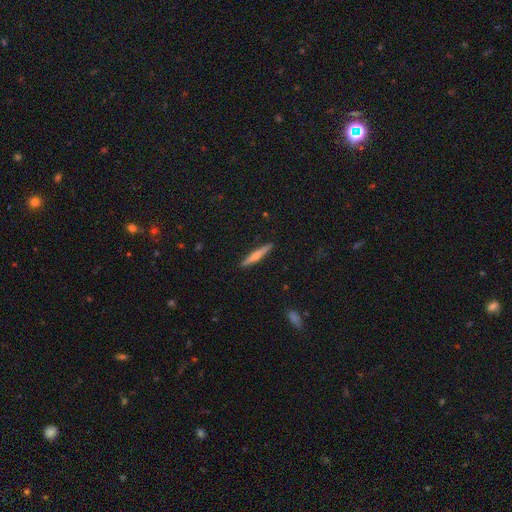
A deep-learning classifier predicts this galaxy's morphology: This is possibly a featured or disk galaxy (57%). It is clearly viewed edge-on (97%). Edge-on bulge: clearly rounded (83%). Merging: clearly none (91%).